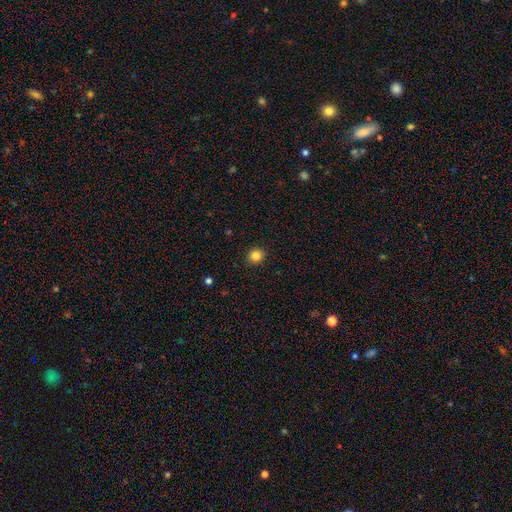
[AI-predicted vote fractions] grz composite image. It shows a smooth galaxy with no disk features (84%) that is round (87%). Merging: none (92%).